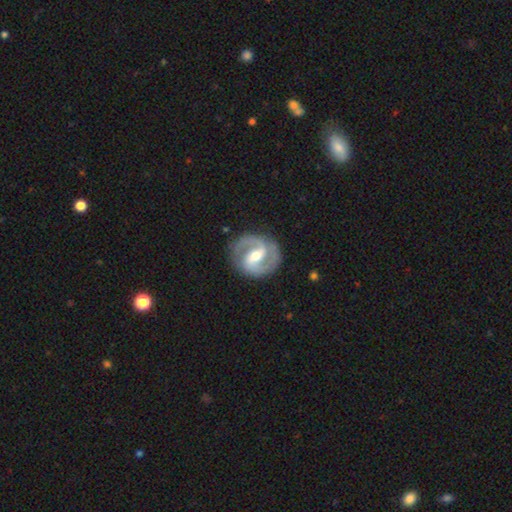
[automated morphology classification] A featured or disk galaxy (89%) with a strong bar (44%), 2 (93%) medium (54%) spiral arms (96%) and a moderate central bulge (68%). Merging: none (86%).